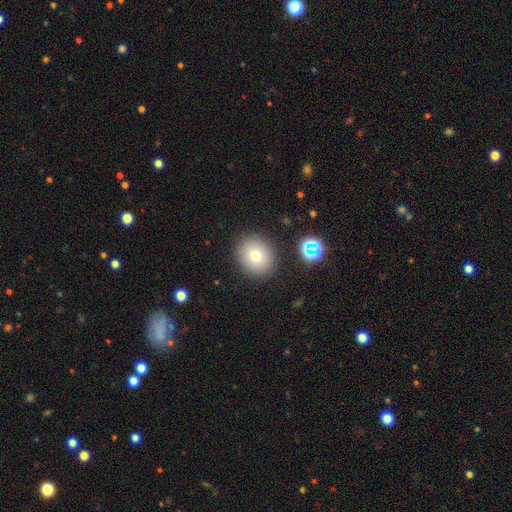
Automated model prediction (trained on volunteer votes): Overall: smooth (73%). How rounded: round (78%). Merging: none (88%).